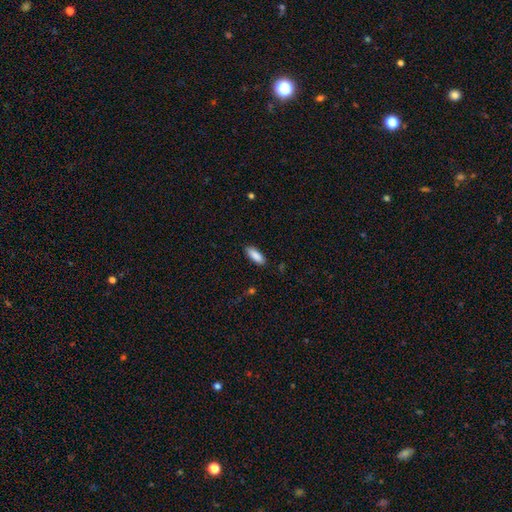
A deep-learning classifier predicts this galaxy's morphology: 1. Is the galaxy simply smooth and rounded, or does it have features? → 89% smooth, 6% star or artifact, 5% featured or disk.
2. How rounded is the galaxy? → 67% in between, 32% cigar-shaped, 2% round.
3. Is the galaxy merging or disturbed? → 88% none, 9% minor disturbance, 2% major disturbance, 1% merger.